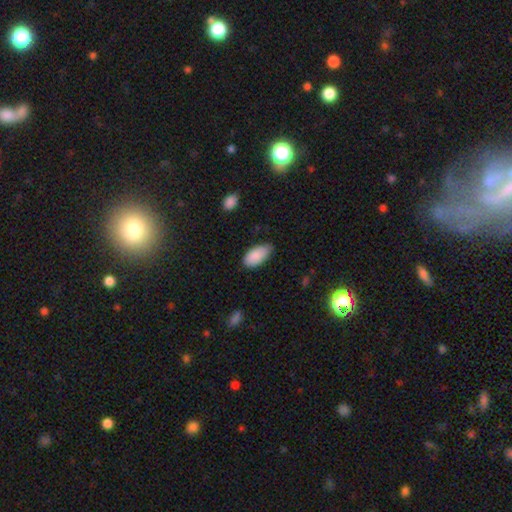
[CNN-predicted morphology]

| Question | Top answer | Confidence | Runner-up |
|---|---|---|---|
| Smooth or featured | smooth | 88% | star or artifact (6%) |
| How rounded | in between | 95% | cigar-shaped (3%) |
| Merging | none | 67% | minor disturbance (28%) |